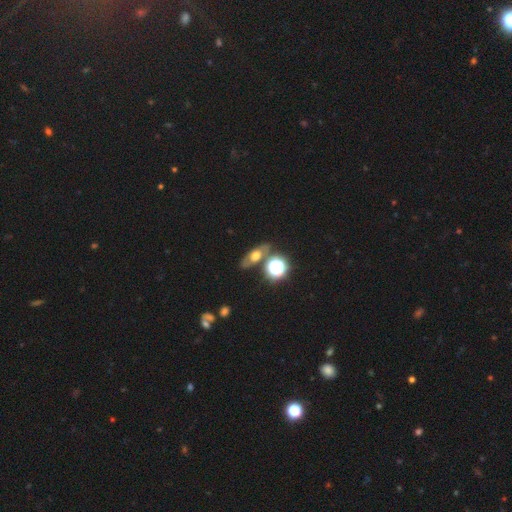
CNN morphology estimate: A smooth galaxy with no disk features (42%). Merging: none (71%).